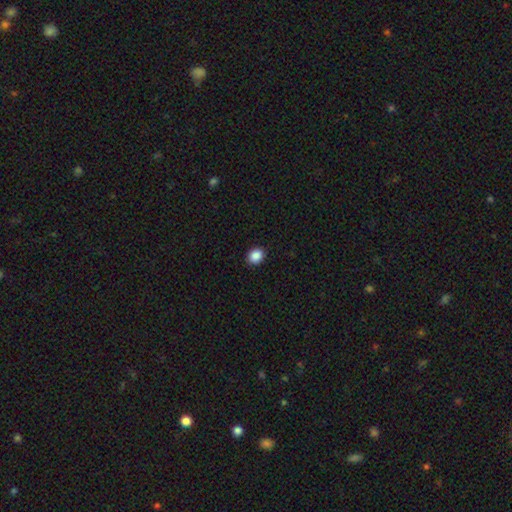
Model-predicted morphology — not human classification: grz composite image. It shows a smooth galaxy with no disk features (88%) that is round (63%). Merging: none (92%).